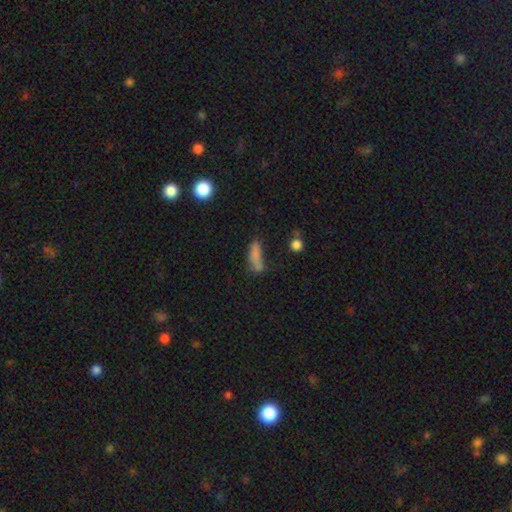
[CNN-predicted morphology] A smooth galaxy with no disk features (72%) that is cigar-shaped (54%). Merging: none (41%).